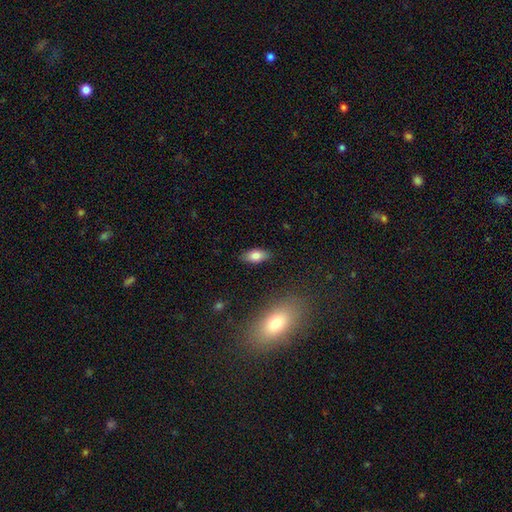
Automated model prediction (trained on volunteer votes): Smooth or featured: smooth — 81% (featured or disk — 11%)
How rounded: in between — 89% (cigar-shaped — 7%)
Merging: none — 87% (minor disturbance — 10%)